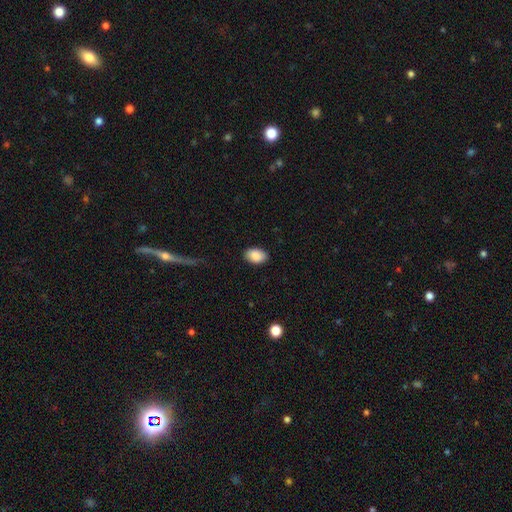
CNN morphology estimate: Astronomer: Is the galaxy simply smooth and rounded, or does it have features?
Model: smooth — 88%.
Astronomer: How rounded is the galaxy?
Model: in between — 88%.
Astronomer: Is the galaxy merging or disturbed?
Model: none — 88%.